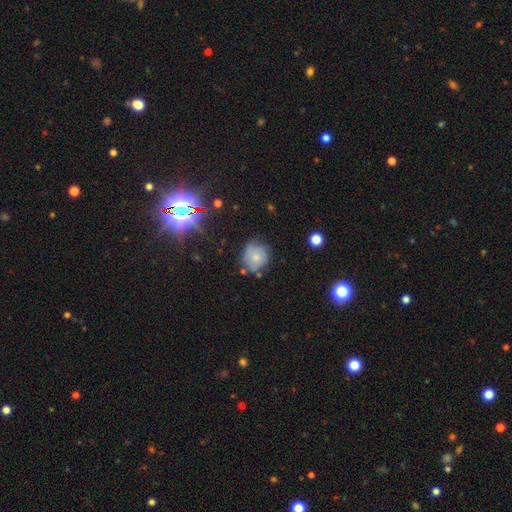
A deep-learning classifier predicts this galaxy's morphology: A smooth galaxy with no disk features (60%) that is round (75%). Merging: none (57%).